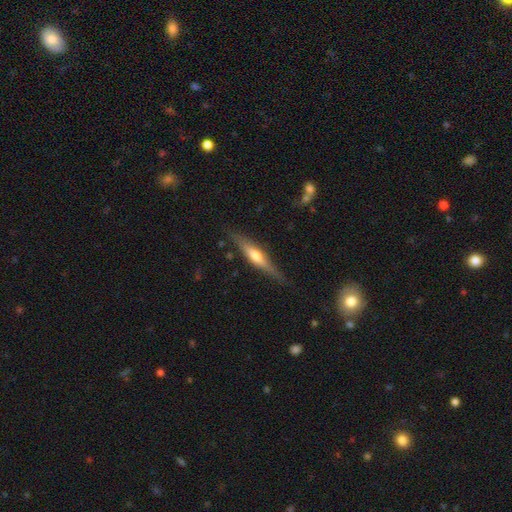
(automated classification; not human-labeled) Q: Smooth or featured?
A: featured or disk (65%); runner-up: smooth (29%)
Q: Edge-on disk?
A: yes (95%); runner-up: no (5%)
Q: Edge-on bulge?
A: rounded (83%); runner-up: boxy (9%)
Q: Merging?
A: none (84%); runner-up: minor disturbance (12%)